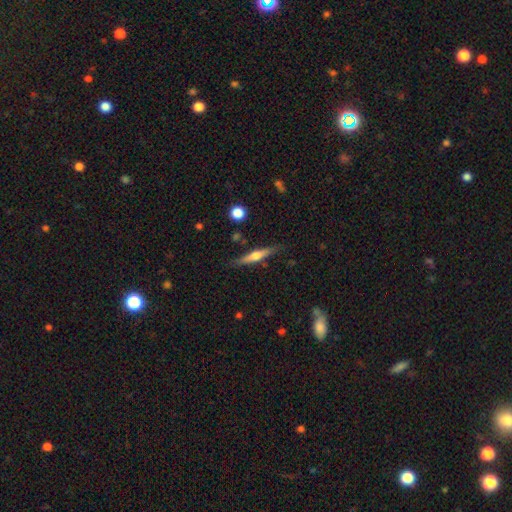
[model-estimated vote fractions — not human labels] The model was most divided on "smooth or featured": featured or disk: 60%, smooth: 34%, star or artifact: 6%. More confident: edge-on disk — yes (96%); edge-on bulge — rounded (89%); merging — none (83%).